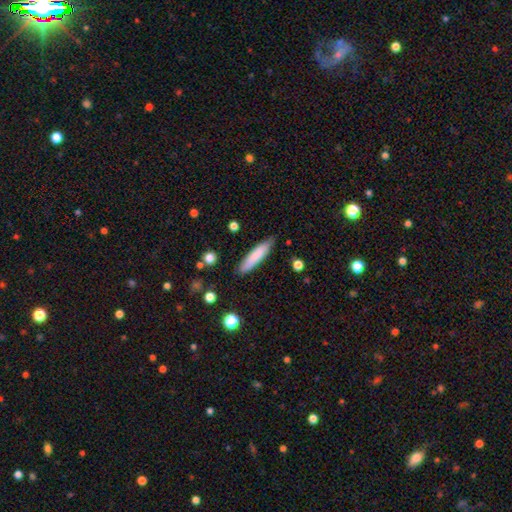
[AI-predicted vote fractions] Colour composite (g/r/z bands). It shows a smooth galaxy with no disk features (81%) that is cigar-shaped (82%). Merging: none (85%).